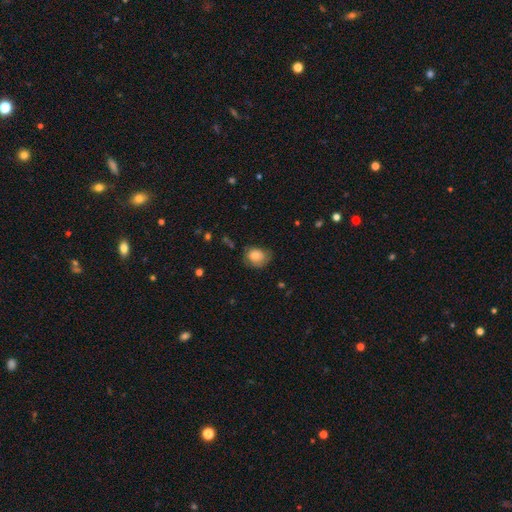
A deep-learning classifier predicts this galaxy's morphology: The model was most divided on "how rounded": round: 56%, in between: 43%, cigar-shaped: 1%. More confident: smooth or featured — smooth (77%); merging — none (54%).